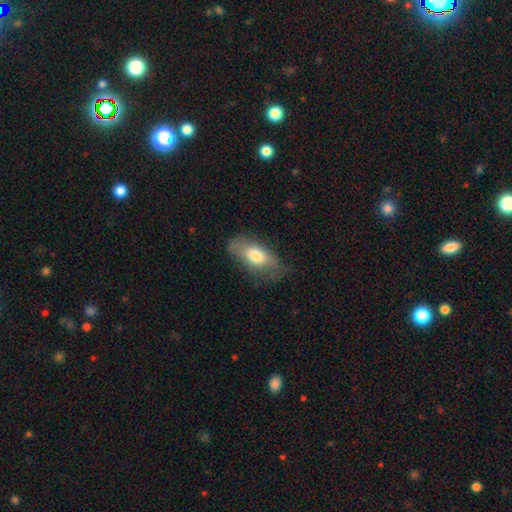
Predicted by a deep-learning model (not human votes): smooth_or_featured: smooth (p=0.71) [alt: featured or disk p=0.22]
how_rounded: in between (p=0.89) [alt: cigar-shaped p=0.06]
merging: none (p=0.63) [alt: minor disturbance p=0.25]